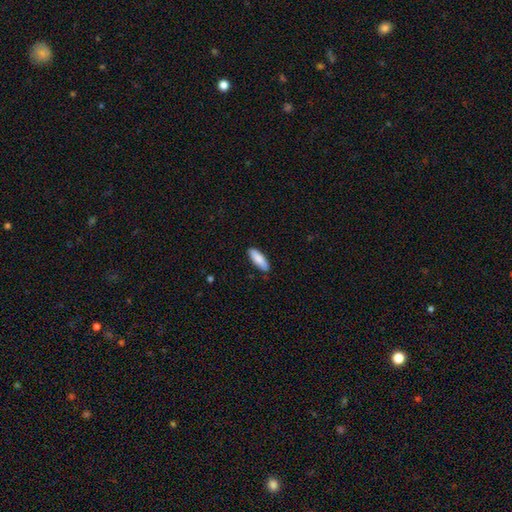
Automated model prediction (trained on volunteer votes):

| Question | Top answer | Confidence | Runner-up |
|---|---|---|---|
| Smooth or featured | smooth | 87% | featured or disk (7%) |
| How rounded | in between | 56% | cigar-shaped (42%) |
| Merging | none | 88% | minor disturbance (9%) |